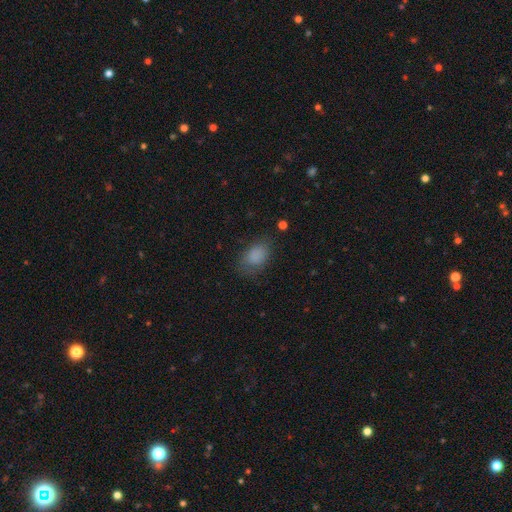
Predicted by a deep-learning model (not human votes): Q: Smooth or featured?
A: smooth (83%); runner-up: star or artifact (10%)
Q: How rounded?
A: in between (83%); runner-up: round (16%)
Q: Merging?
A: none (67%); runner-up: minor disturbance (22%)